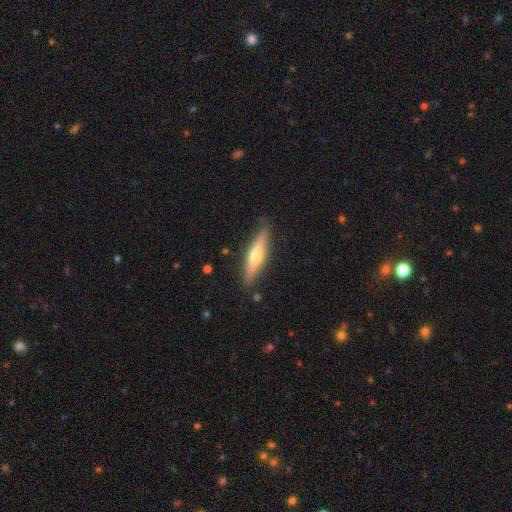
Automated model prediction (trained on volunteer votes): Smooth or featured: featured or disk — 52% (smooth — 43%)
Edge-on disk: yes — 93% (no — 7%)
Merging: none — 86% (minor disturbance — 10%)